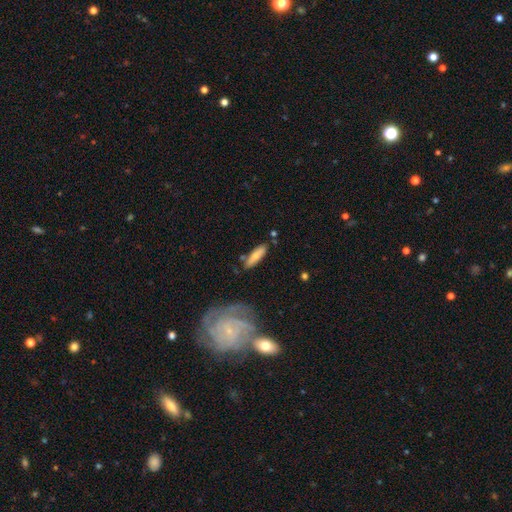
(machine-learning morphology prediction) A smooth galaxy with no disk features (70%) that is cigar-shaped (64%). Merging: none (75%).